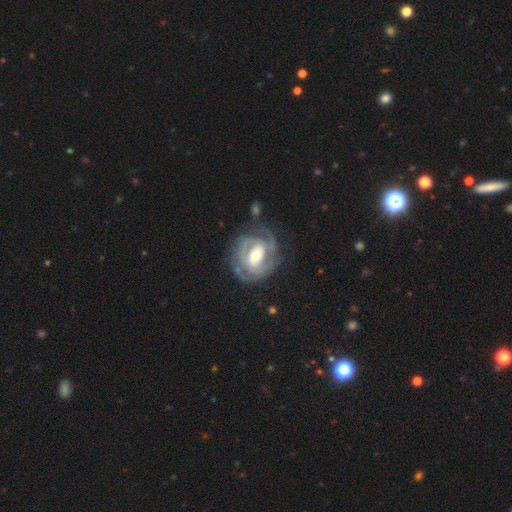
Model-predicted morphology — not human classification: type=featured or disk (86%); edge-on=no (97%); bar=weak (44%); spiral arms=yes (93%); winding=tight (62%); arm count=2 (50%); bulge=moderate (66%); merging=none (65%).